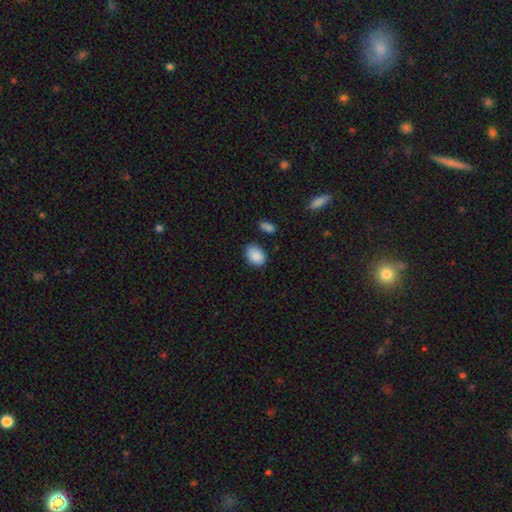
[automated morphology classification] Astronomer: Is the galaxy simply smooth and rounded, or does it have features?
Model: smooth — 89%.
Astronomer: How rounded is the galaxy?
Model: in between — 77%.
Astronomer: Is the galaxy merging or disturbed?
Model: none — 77%.